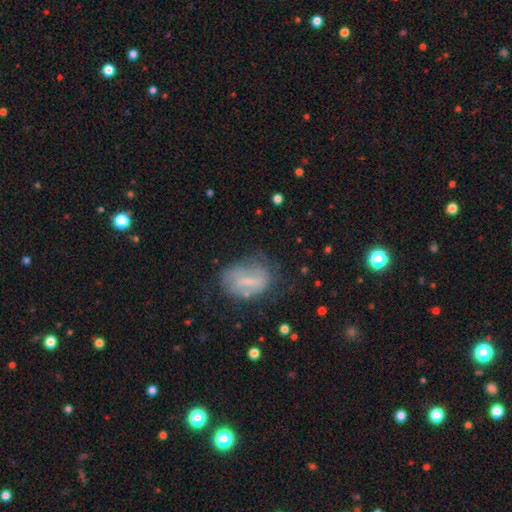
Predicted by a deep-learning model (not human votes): smooth_or_featured: featured or disk (p=0.49) [alt: smooth p=0.41]
merging: none (p=0.46) [alt: minor disturbance p=0.29]